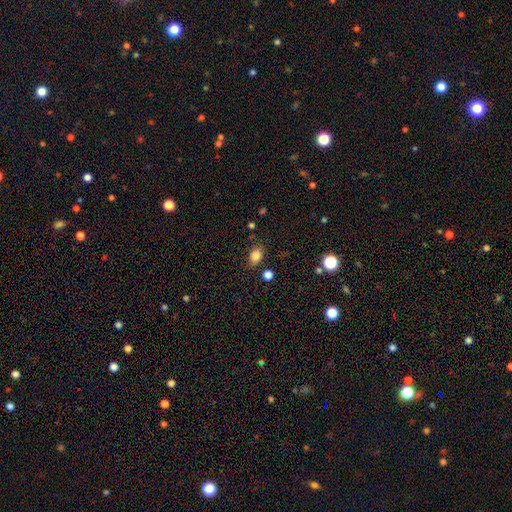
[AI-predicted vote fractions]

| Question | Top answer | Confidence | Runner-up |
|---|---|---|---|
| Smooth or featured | smooth | 83% | star or artifact (11%) |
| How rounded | in between | 68% | round (31%) |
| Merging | none | 79% | minor disturbance (14%) |